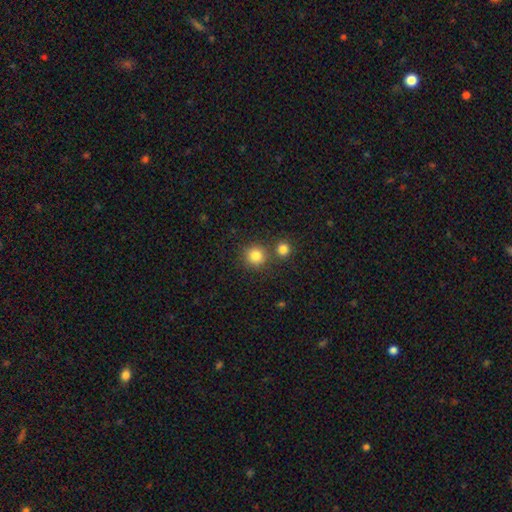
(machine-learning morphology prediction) Smooth or featured?
  - smooth: 83% *
  - star or artifact: 11%
  - featured or disk: 6%
How rounded?
  - round: 92% *
  - in between: 7%
  - cigar-shaped: 1%
Merging?
  - none: 74% *
  - merger: 16%
  - minor disturbance: 8%
  - major disturbance: 3%